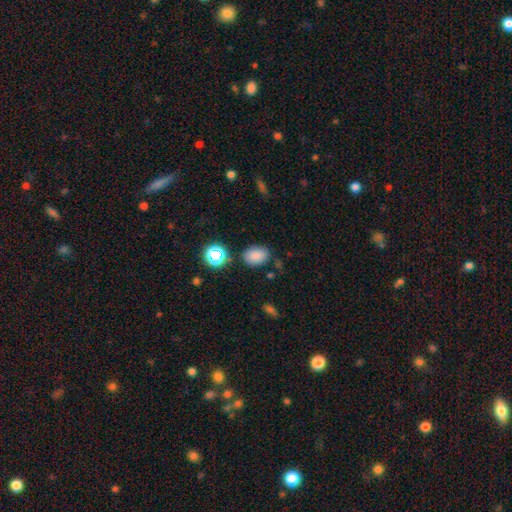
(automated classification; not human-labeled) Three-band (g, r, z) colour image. It shows a smooth galaxy with no disk features (81%) that is in between round and cigar-shaped (72%). Merging: none (78%).